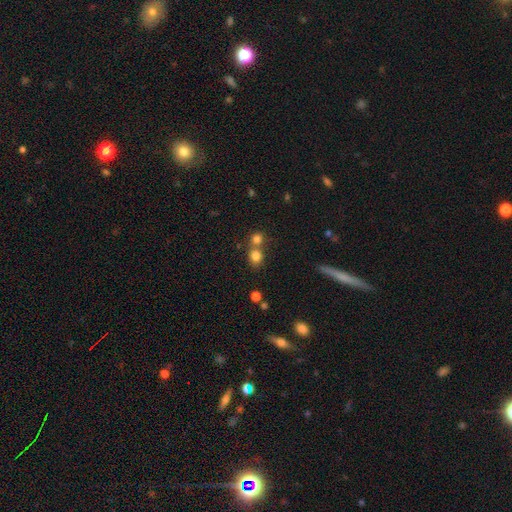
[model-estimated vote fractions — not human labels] Morphology: type=smooth (79%); roundness=round (73%); merging=none (52%).